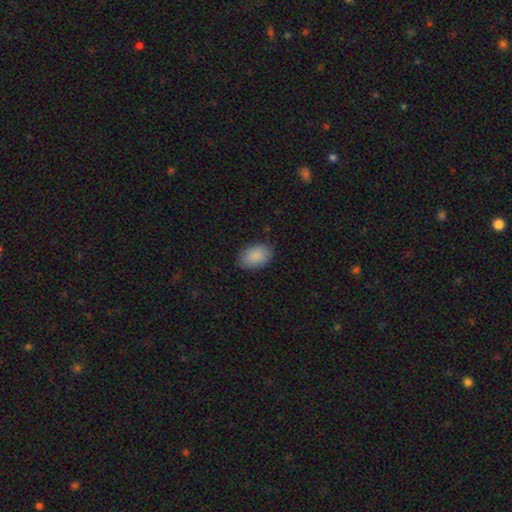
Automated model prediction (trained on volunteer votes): This is clearly a smooth galaxy (89%). How rounded: clearly in between (87%). Merging: clearly none (85%).